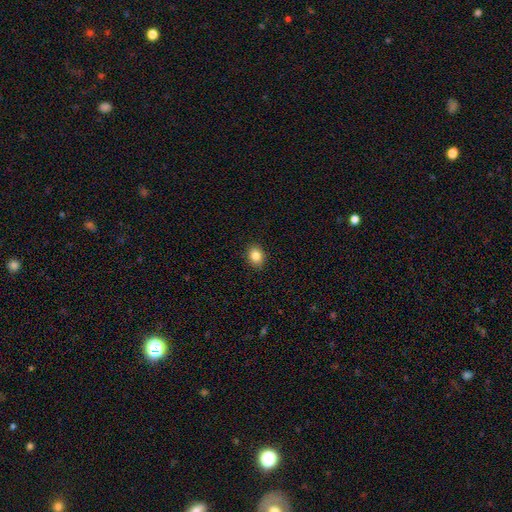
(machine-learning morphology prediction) Smooth or featured: smooth — 85% (star or artifact — 9%)
How rounded: in between — 58% (round — 41%)
Merging: none — 90% (minor disturbance — 7%)